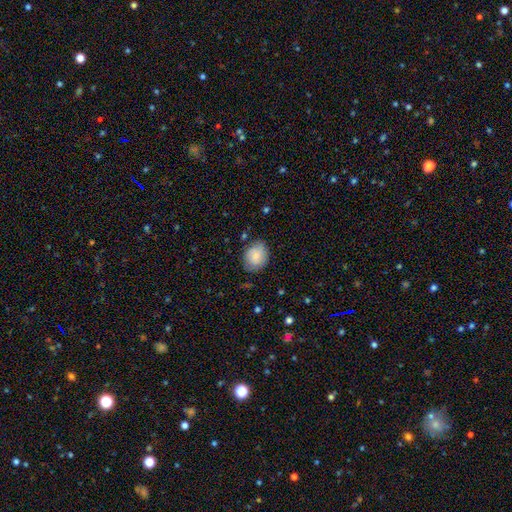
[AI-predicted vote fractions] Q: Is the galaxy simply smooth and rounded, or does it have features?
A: smooth — 80%.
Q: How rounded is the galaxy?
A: in between — 54%.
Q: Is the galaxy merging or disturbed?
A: none — 72%.